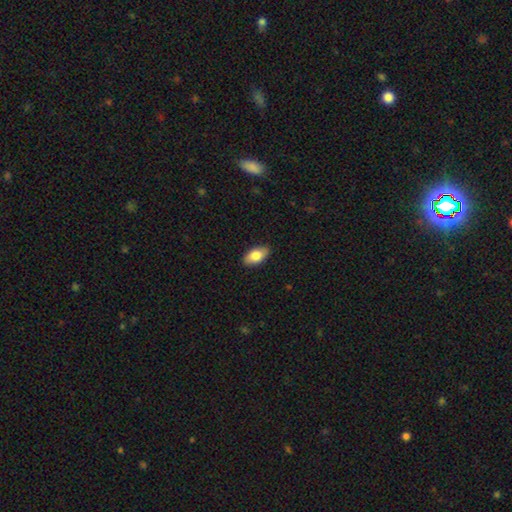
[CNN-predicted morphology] smooth 82%, featured or disk 11%, star or artifact 6%. Down the decision tree: how rounded — in between (93%); merging — none (88%).